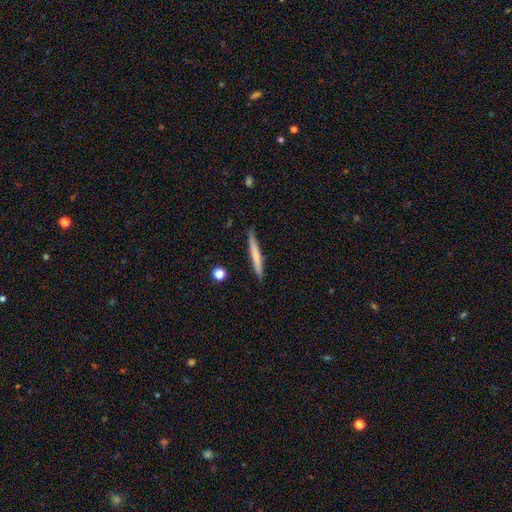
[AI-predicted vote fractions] Smooth or featured? smooth (65%)
How rounded? cigar-shaped (96%)
Merging? none (89%)